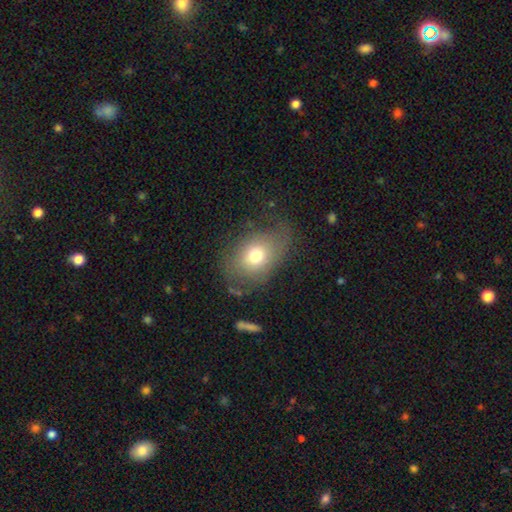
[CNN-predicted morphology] smooth-or-featured: smooth: 67% | featured or disk: 21% | star or artifact: 11%
  how-rounded: in between: 65% | round: 34% | cigar-shaped: 1%
  merging: none: 59% | minor disturbance: 23% | major disturbance: 15% | merger: 2%